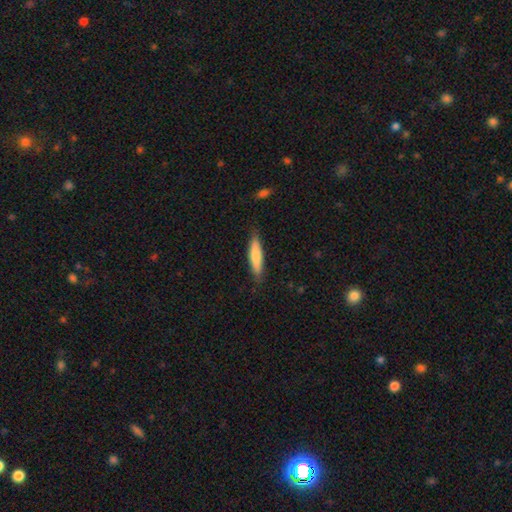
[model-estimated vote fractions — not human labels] Morphology: type=smooth (77%); roundness=cigar-shaped (80%); merging=none (84%).